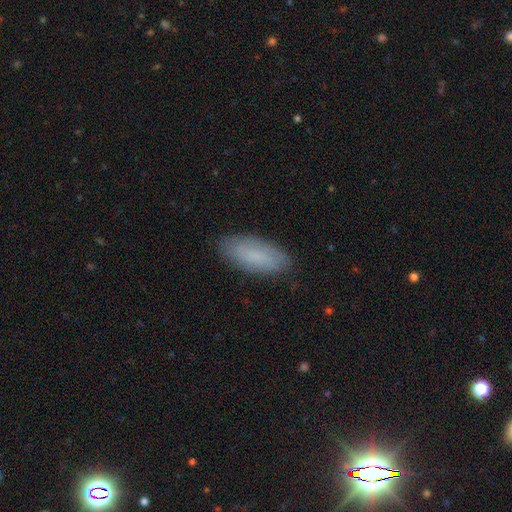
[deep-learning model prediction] A smooth galaxy with no disk features (77%) that is in between round and cigar-shaped (81%).

Vote fractions:
- Smooth or featured? smooth: 77% / featured or disk: 15% / star or artifact: 7%
- How rounded? in between: 81% / cigar-shaped: 17% / round: 2%
- Merging? none: 85% / minor disturbance: 12% / major disturbance: 2% / merger: 1%